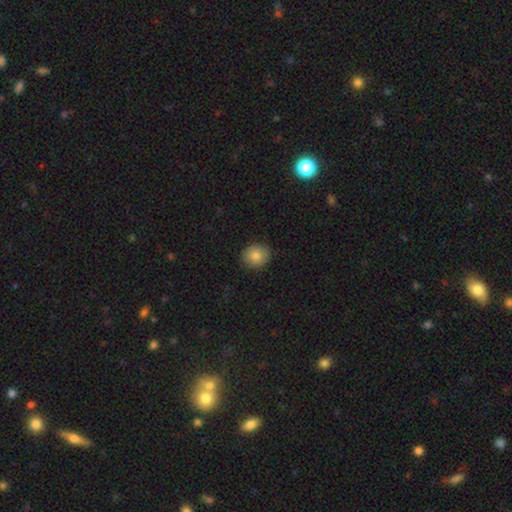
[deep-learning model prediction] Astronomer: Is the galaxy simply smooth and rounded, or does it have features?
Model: smooth — 82%.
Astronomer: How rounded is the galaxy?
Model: round — 74%.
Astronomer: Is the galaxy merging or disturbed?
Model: none — 88%.